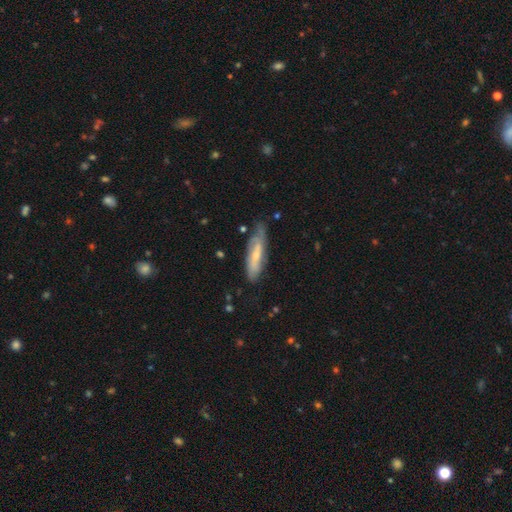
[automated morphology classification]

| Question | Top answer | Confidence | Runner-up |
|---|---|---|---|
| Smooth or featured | featured or disk | 54% | smooth (39%) |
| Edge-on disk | no | 60% | yes (40%) |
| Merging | none | 68% | minor disturbance (24%) |